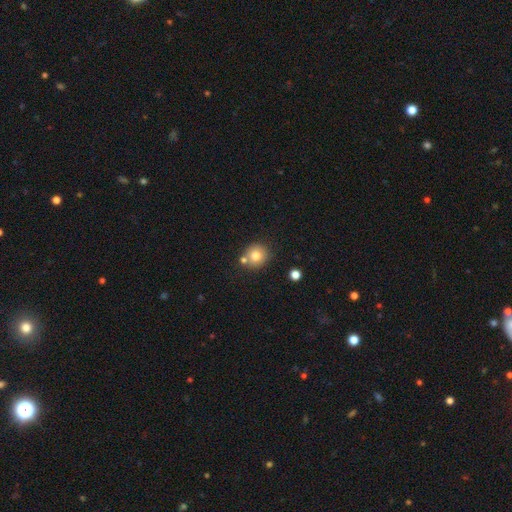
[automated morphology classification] smooth_or_featured: smooth (p=0.78) [alt: star or artifact p=0.11]
how_rounded: round (p=0.89) [alt: in between p=0.10]
merging: none (p=0.70) [alt: merger p=0.18]